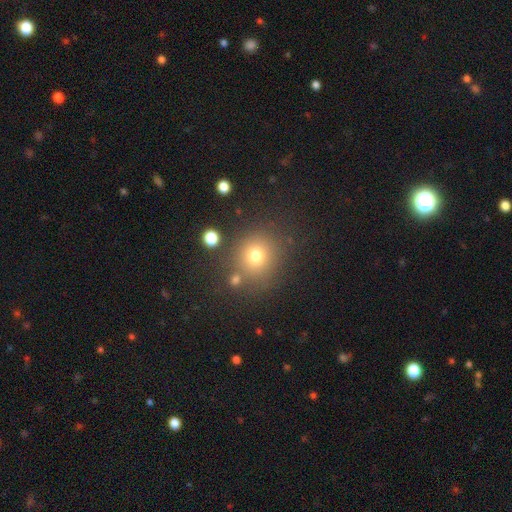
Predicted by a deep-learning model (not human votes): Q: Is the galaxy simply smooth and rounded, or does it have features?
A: smooth — 73%.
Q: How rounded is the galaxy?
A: round — 85%.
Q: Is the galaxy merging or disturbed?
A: none — 78%.